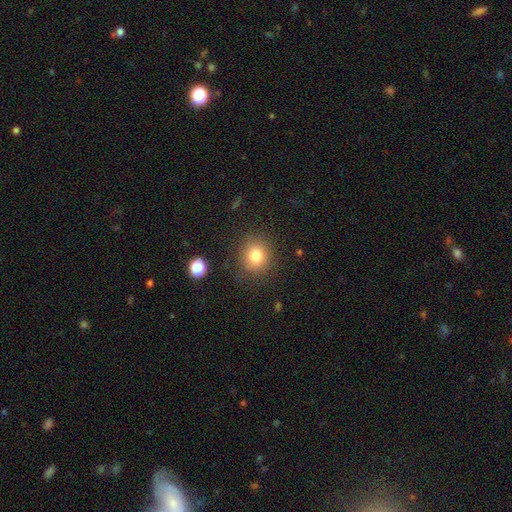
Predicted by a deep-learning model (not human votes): smooth_or_featured: smooth (p=0.81) [alt: star or artifact p=0.11]
how_rounded: round (p=0.77) [alt: in between p=0.22]
merging: none (p=0.83) [alt: minor disturbance p=0.11]